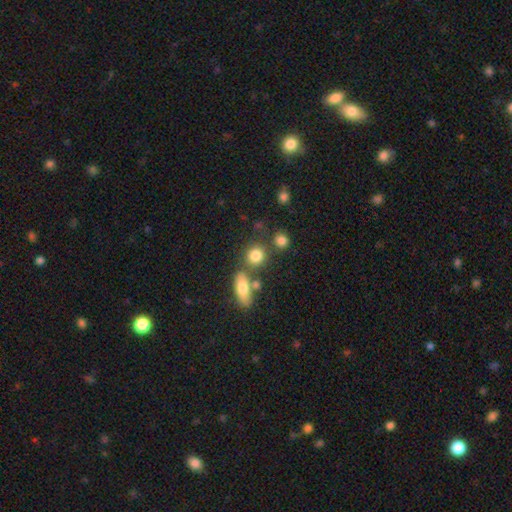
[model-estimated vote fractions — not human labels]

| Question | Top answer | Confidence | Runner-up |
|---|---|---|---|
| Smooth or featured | smooth | 81% | star or artifact (10%) |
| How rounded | round | 74% | in between (23%) |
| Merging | none | 65% | merger (20%) |